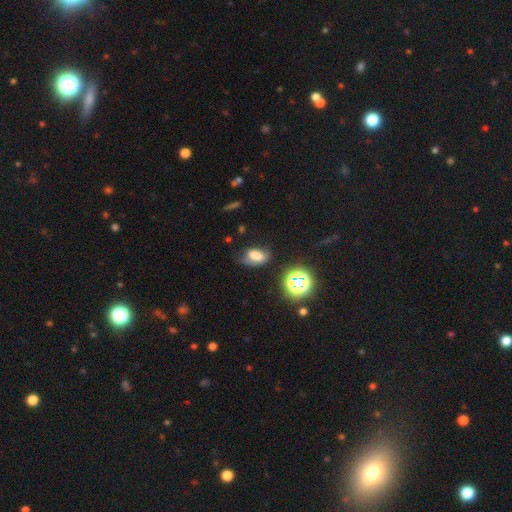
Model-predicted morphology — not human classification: smooth-or-featured: smooth: 68% | star or artifact: 16% | featured or disk: 15%
  how-rounded: in between: 86% | round: 11% | cigar-shaped: 3%
  merging: none: 49% | minor disturbance: 33% | major disturbance: 14% | merger: 5%